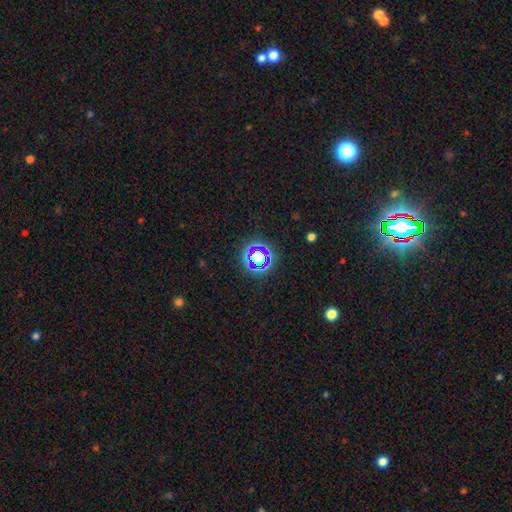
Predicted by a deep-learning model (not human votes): A star or artifact, not a galaxy (59%).

Vote fractions:
- Smooth or featured? star or artifact: 59% / smooth: 29% / featured or disk: 12%